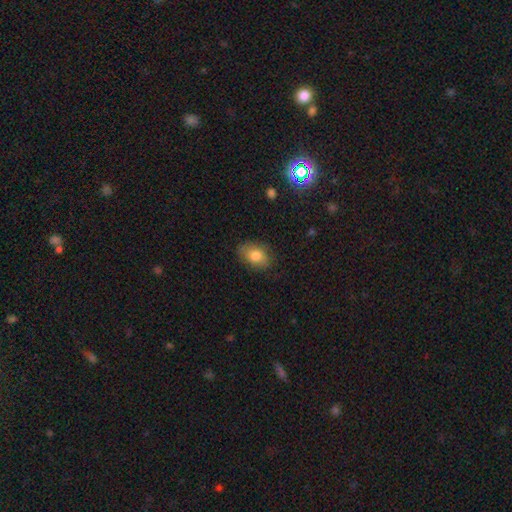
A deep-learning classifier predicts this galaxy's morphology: Smooth or featured?
  - smooth: 79% *
  - featured or disk: 13%
  - star or artifact: 8%
How rounded?
  - in between: 83% *
  - round: 16%
  - cigar-shaped: 1%
Merging?
  - none: 80% *
  - minor disturbance: 16%
  - major disturbance: 3%
  - merger: 1%